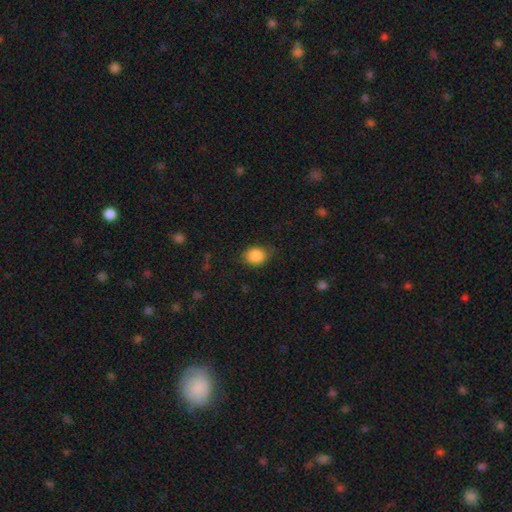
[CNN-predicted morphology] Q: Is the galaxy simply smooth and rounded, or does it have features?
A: smooth — 87%.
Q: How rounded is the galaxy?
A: round — 56%.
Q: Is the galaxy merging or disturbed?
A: none — 77%.